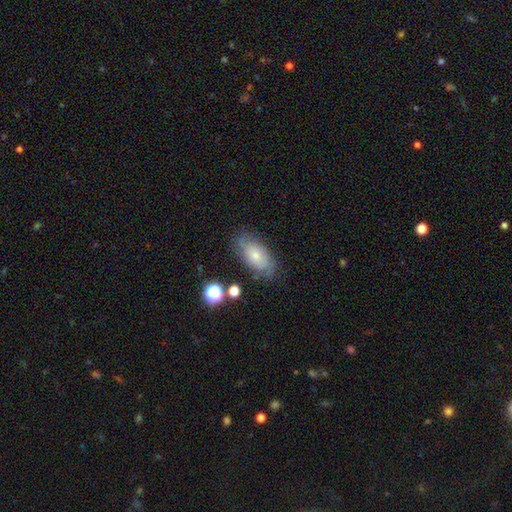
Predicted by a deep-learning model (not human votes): Smooth or featured? Predicted: smooth (p=0.53). How rounded? Predicted: in between (p=0.90). Merging? Predicted: none (p=0.70).